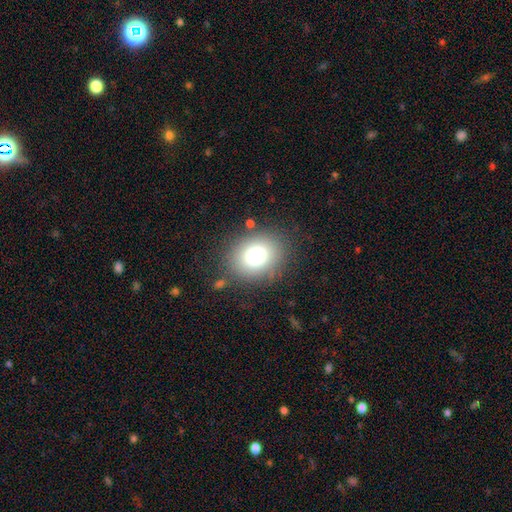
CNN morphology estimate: This is likely a smooth galaxy (77%). How rounded: possibly round (59%). Merging: clearly none (82%).